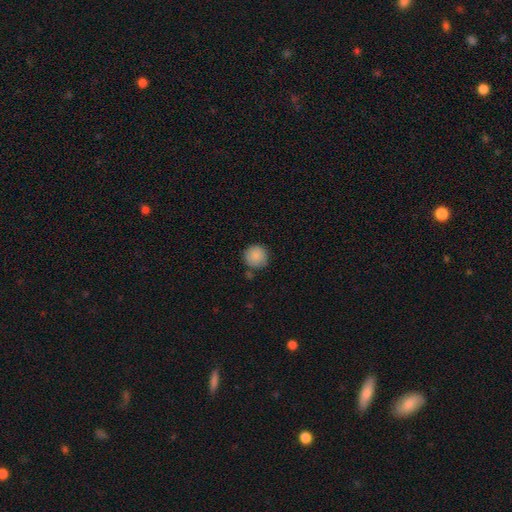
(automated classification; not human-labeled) smooth_or_featured: smooth (p=0.88) [alt: star or artifact p=0.08]
how_rounded: round (p=0.94) [alt: in between p=0.05]
merging: none (p=0.81) [alt: minor disturbance p=0.12]